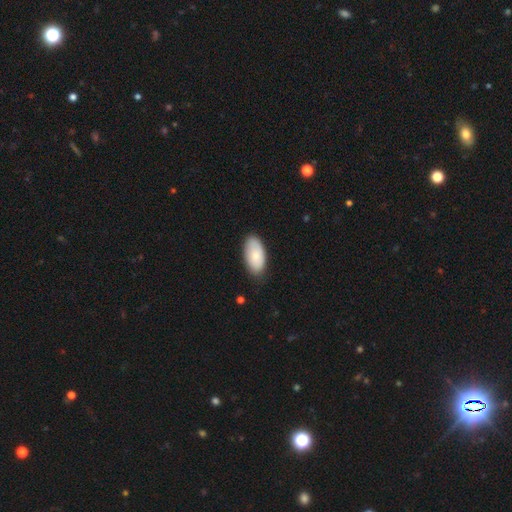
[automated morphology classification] type=smooth (79%); roundness=in between (95%); merging=none (81%).